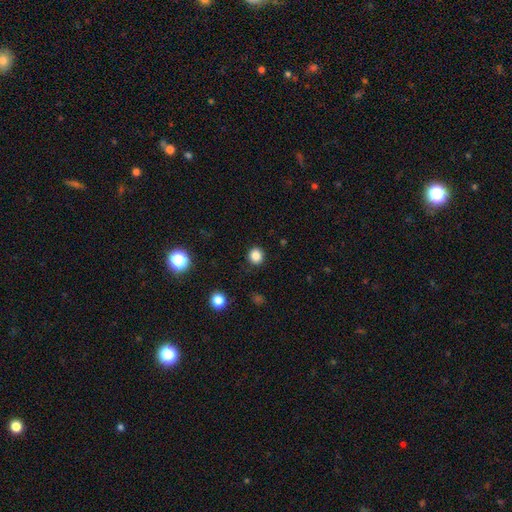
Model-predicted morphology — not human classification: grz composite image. It shows a smooth galaxy with no disk features (84%) that is round (91%). Merging: none (90%).